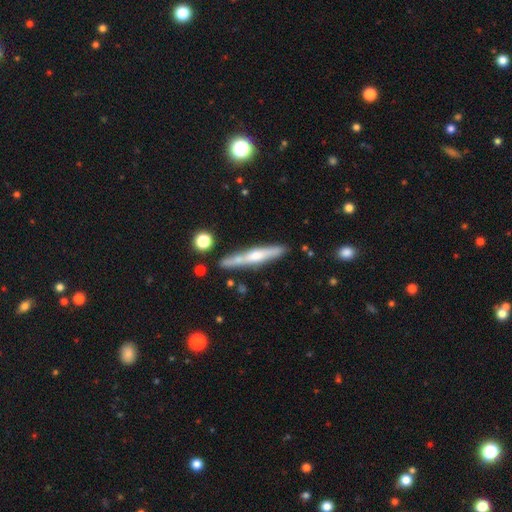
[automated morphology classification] featured or disk 57%, smooth 37%, star or artifact 6%. Down the decision tree: edge-on disk — yes (94%); edge-on bulge — rounded (71%); merging — none (81%).